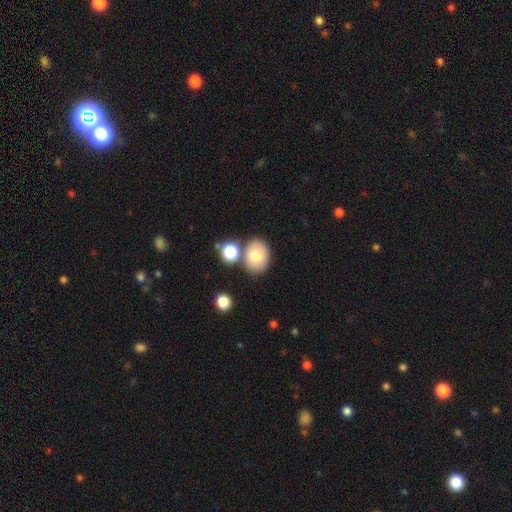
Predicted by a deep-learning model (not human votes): smooth 77%, featured or disk 14%, star or artifact 9%. Down the decision tree: how rounded — in between (61%); merging — none (68%).